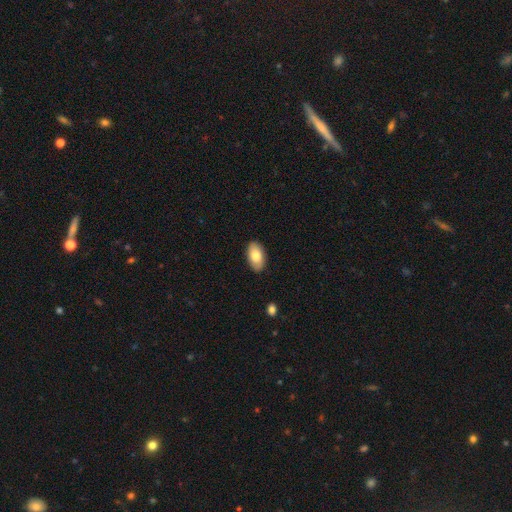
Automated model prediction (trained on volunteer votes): smooth 83%, featured or disk 11%, star or artifact 6%. Down the decision tree: how rounded — in between (95%); merging — none (88%).